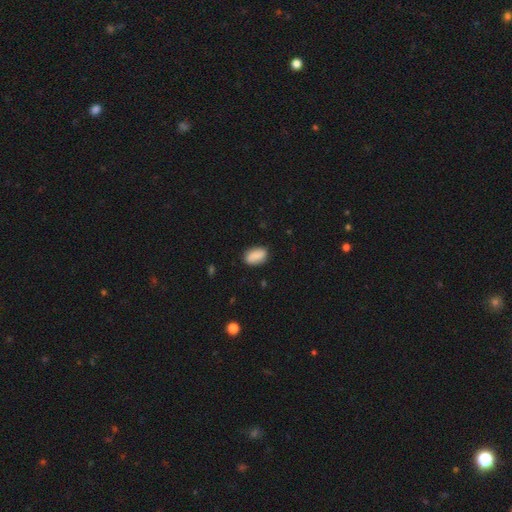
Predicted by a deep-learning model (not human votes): Smooth or featured? Predicted: smooth (p=0.87). How rounded? Predicted: in between (p=0.91). Merging? Predicted: none (p=0.83).